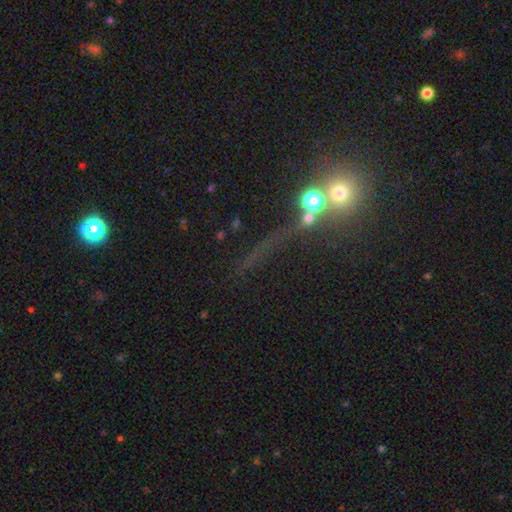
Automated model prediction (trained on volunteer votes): This appears to be a star or artifact, not a galaxy (48%).